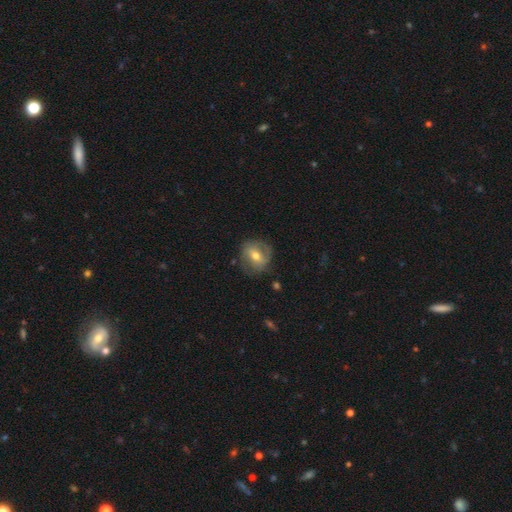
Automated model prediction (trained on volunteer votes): Smooth or featured? Predicted: smooth (p=0.46, tied with featured or disk). Merging? Predicted: none (p=0.71).